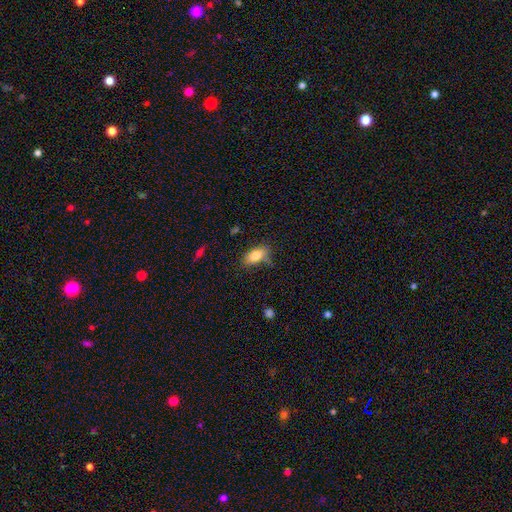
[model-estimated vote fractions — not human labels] Morphology: type=smooth (80%); roundness=in between (88%); merging=none (67%).